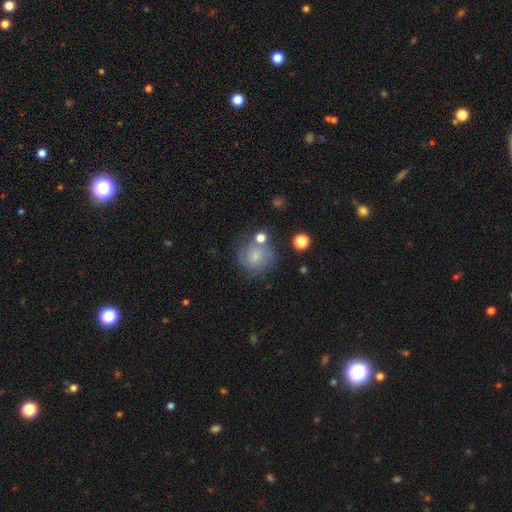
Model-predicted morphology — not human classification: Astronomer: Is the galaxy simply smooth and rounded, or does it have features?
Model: smooth — 58%.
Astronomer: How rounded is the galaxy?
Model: round — 85%.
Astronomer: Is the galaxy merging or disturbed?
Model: none — 58%.